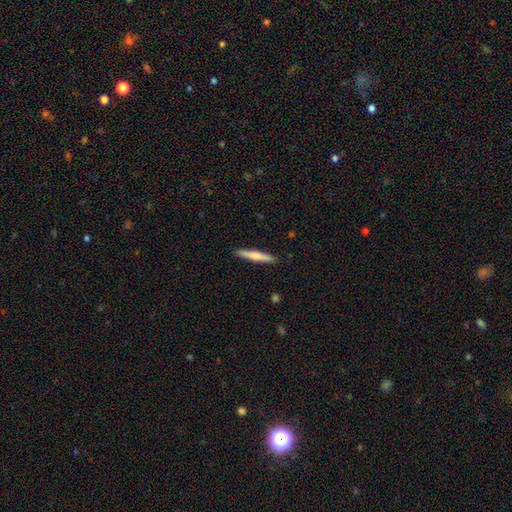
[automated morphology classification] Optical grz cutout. It shows a smooth galaxy with no disk features (56%) that is cigar-shaped (94%). Merging: none (91%).